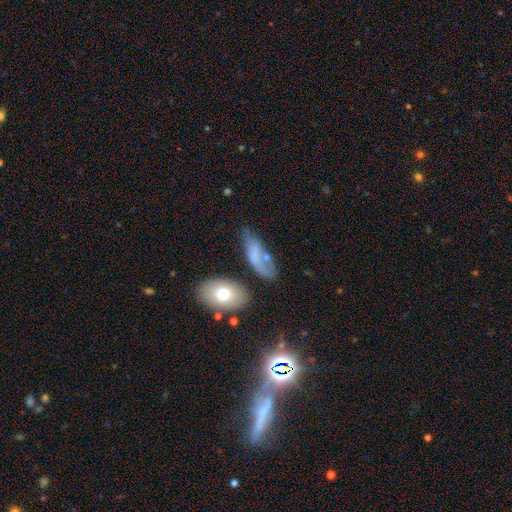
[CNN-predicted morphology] Smooth or featured: smooth — 60% (featured or disk — 28%)
How rounded: in between — 74% (cigar-shaped — 22%)
Merging: none — 45% (minor disturbance — 29%)